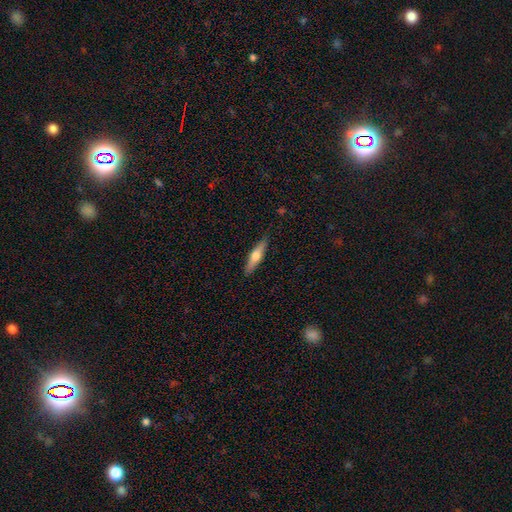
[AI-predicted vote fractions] This is possibly a featured or disk galaxy (51%). It is clearly viewed edge-on (94%). Merging: clearly none (90%).